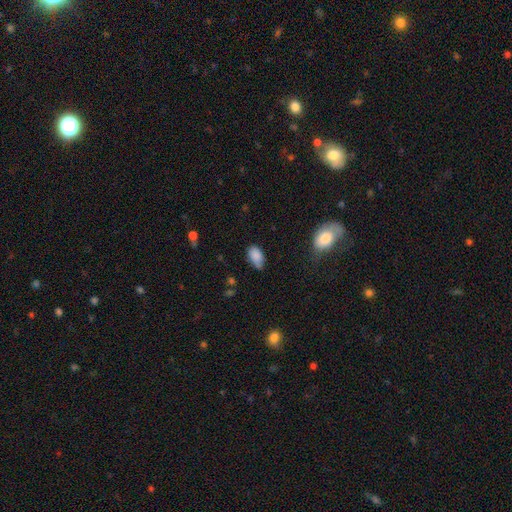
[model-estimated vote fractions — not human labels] Overall: smooth (86%). How rounded: in between (92%). Merging: none (54%; minor disturbance 37%).